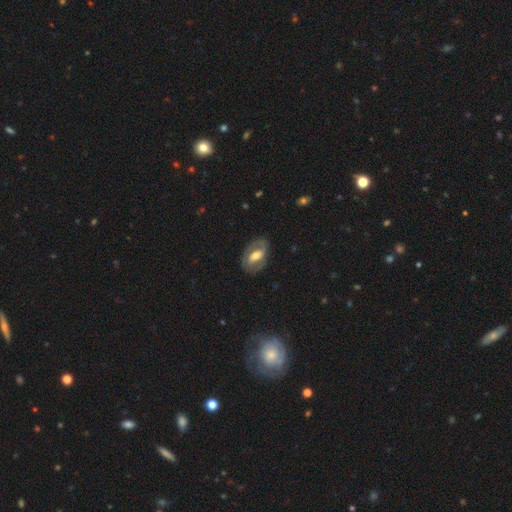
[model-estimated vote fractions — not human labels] This is likely a featured or disk galaxy (63%). It is clearly not viewed edge-on (94%). Bar: marginally weak (39%). Spiral arm pattern: likely yes (60%). Central bulge: possibly moderate (51%). Merging: likely none (77%).